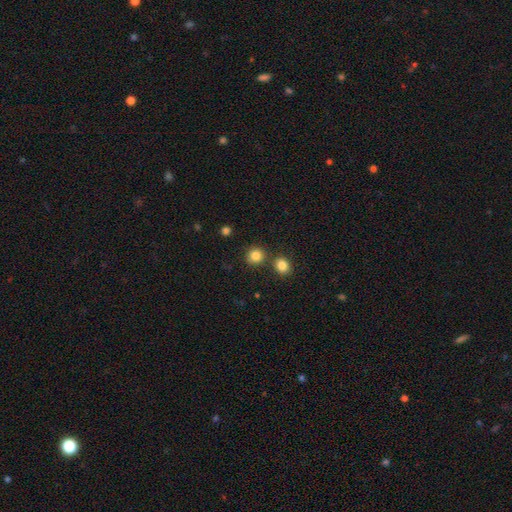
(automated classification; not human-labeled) Morphology: type=smooth (84%); roundness=round (88%); merging=none (78%).